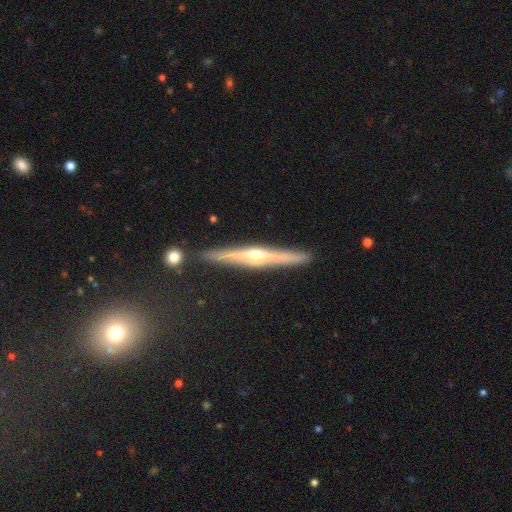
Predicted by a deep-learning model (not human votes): Smooth or featured?
  - featured or disk: 79% *
  - smooth: 14%
  - star or artifact: 7%
Edge-on disk?
  - yes: 98% *
  - no: 2%
Edge-on bulge?
  - rounded: 86% *
  - none: 9%
  - boxy: 6%
Merging?
  - none: 90% *
  - minor disturbance: 7%
  - merger: 2%
  - major disturbance: 1%